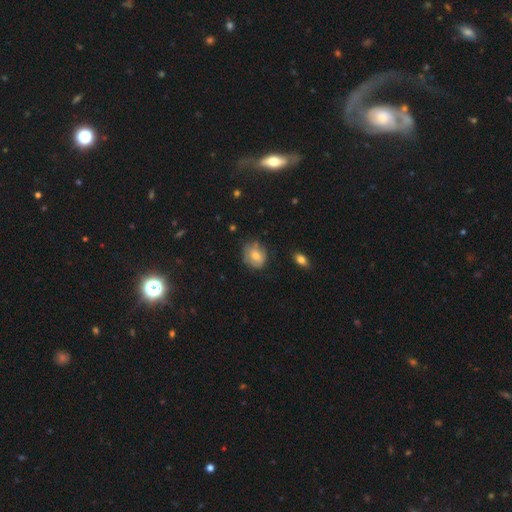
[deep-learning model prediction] Smooth or featured? Predicted: smooth (p=0.65). How rounded? Predicted: round (p=0.60). Merging? Predicted: none (p=0.62).